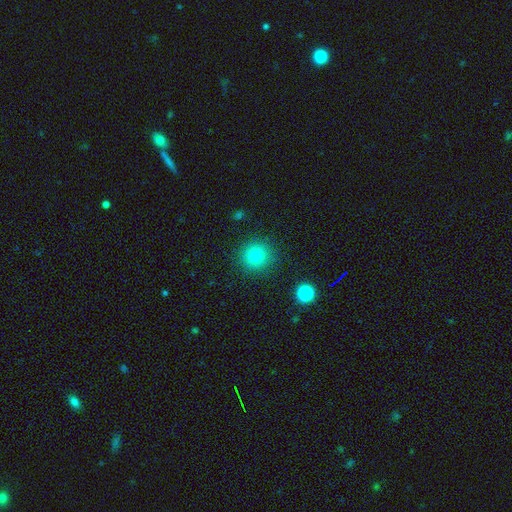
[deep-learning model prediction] A smooth galaxy with no disk features (79%) that is round (94%). Merging: none (90%).